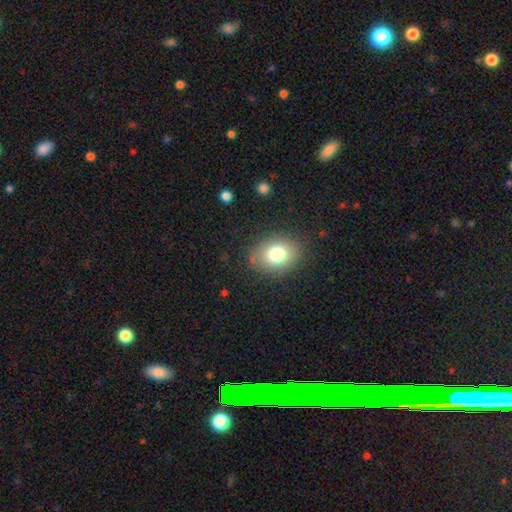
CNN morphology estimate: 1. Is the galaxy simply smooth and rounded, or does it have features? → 69% smooth, 17% star or artifact, 14% featured or disk.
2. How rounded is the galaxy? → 61% round, 37% in between, 2% cigar-shaped.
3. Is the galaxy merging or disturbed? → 89% none, 8% minor disturbance, 2% major disturbance, 1% merger.